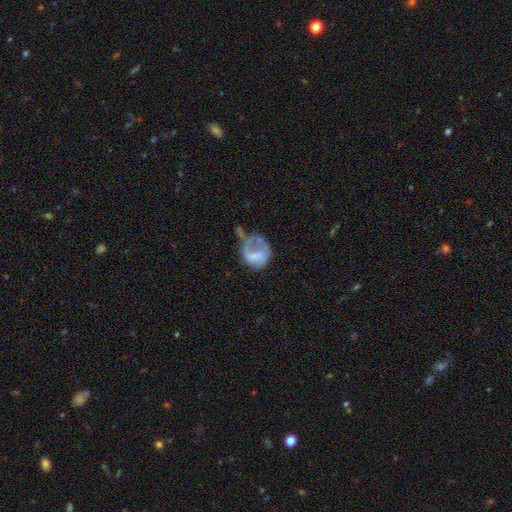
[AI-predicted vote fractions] Smooth or featured? featured or disk (47%)
Merging? major disturbance (43%)